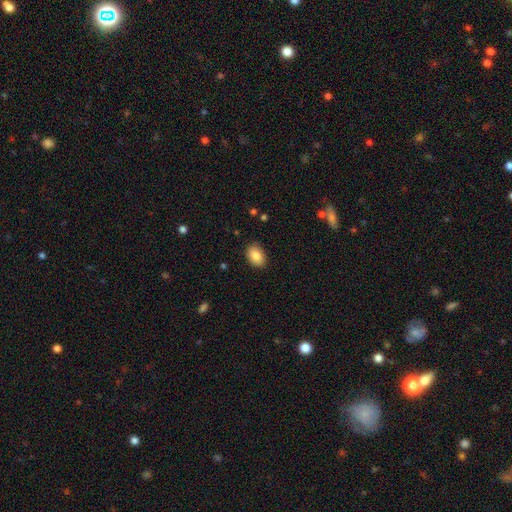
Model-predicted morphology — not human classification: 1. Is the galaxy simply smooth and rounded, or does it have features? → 86% smooth, 8% star or artifact, 6% featured or disk.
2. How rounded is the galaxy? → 82% in between, 16% round, 1% cigar-shaped.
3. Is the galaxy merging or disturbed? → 86% none, 11% minor disturbance, 2% major disturbance, 1% merger.